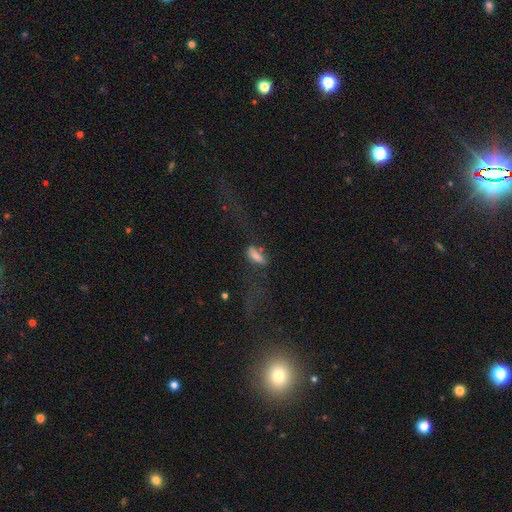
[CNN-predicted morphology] Smooth or featured? smooth (72%)
How rounded? in between (64%)
Merging? none (37%)